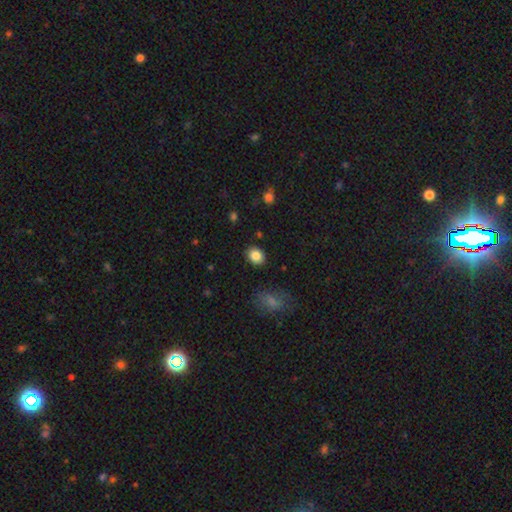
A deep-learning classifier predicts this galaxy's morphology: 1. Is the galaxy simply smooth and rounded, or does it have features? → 85% smooth, 9% star or artifact, 6% featured or disk.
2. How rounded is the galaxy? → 54% in between, 45% round, 1% cigar-shaped.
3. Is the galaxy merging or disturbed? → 87% none, 9% minor disturbance, 2% major disturbance, 2% merger.